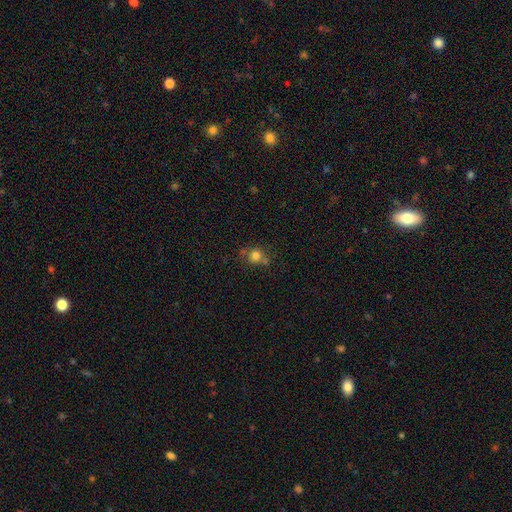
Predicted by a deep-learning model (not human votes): smooth-or-featured: smooth: 76% | star or artifact: 14% | featured or disk: 11%
  how-rounded: round: 83% | in between: 16% | cigar-shaped: 1%
  merging: none: 60% | minor disturbance: 18% | merger: 16% | major disturbance: 7%